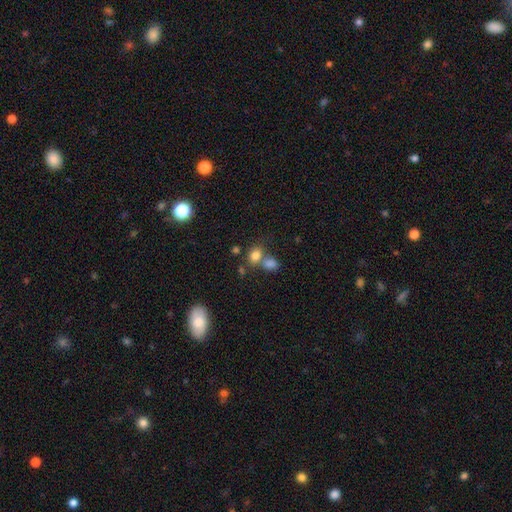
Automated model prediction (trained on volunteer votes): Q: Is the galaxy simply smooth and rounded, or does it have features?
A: smooth — 79%.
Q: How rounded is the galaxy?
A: round — 50%.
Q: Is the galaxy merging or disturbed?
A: none — 47%.